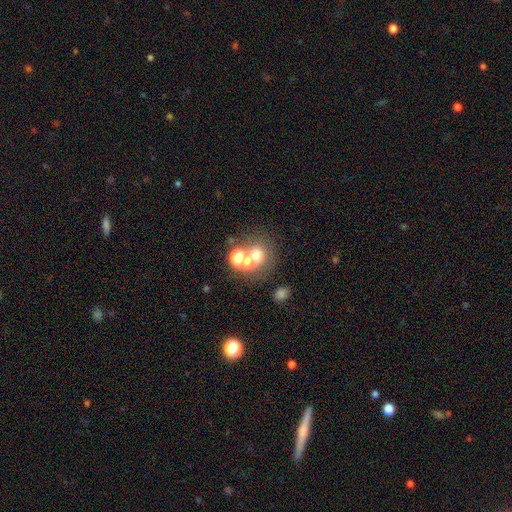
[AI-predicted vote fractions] Smooth or featured? Predicted: smooth (p=0.56). How rounded? Predicted: round (p=0.76). Merging? Predicted: merger (p=0.44).